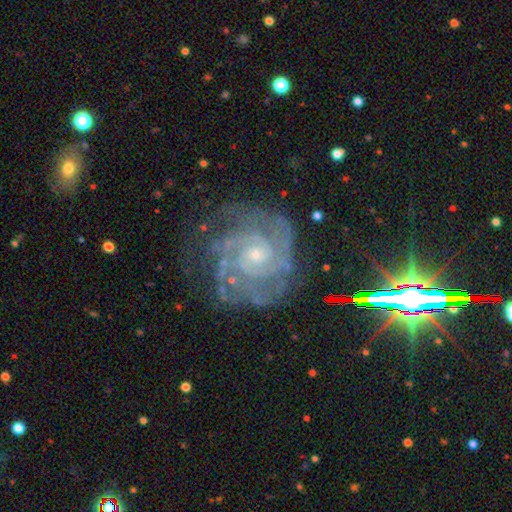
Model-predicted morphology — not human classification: smooth-or-featured: featured or disk: 89% | star or artifact: 7% | smooth: 4%
  disk-edge-on: no: 98% | yes: 2%
    bar: no: 71% | weak: 23% | strong: 6%
    has-spiral-arms: yes: 98% | no: 2%
      spiral-winding: tight: 73% | medium: 24% | loose: 3%
      spiral-arm-count: 2: 33% | 3: 23% | can't tell: 19% | 4: 12% | more than 4: 6% | 1: 6%
    bulge-size: small: 68% | moderate: 27% | none: 3% | large: 1% | dominant: 1%
  merging: none: 70% | minor disturbance: 19% | major disturbance: 9% | merger: 2%